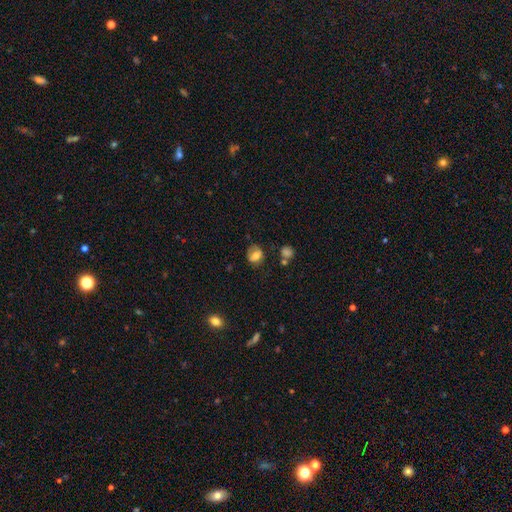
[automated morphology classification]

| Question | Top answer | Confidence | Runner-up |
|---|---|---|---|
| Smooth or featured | smooth | 67% | featured or disk (23%) |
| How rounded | round | 60% | in between (39%) |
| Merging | none | 65% | minor disturbance (22%) |